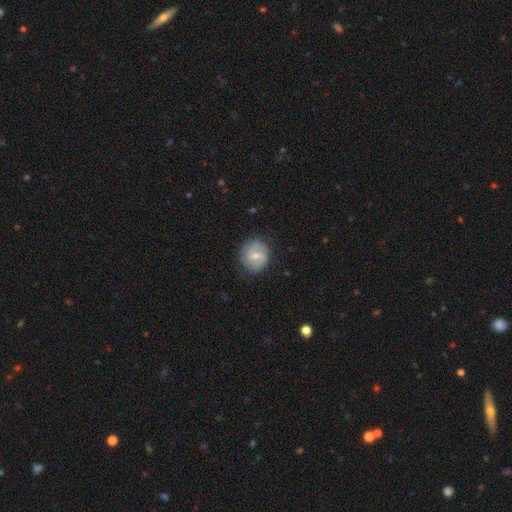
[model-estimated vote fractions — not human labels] featured or disk 50%, smooth 43%, star or artifact 7%. Down the decision tree: edge-on disk — no (97%); merging — none (79%).